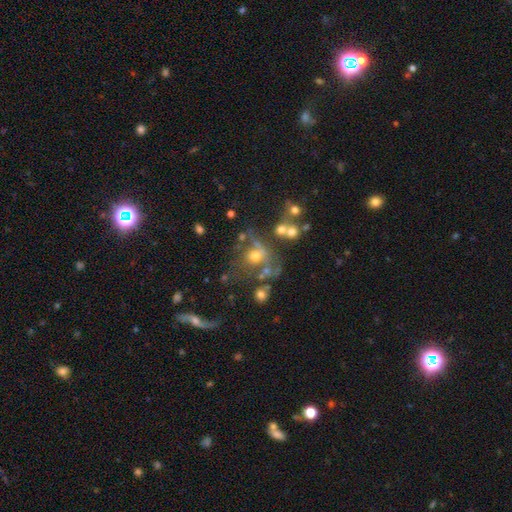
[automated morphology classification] Smooth or featured? Predicted: smooth (p=0.51). How rounded? Predicted: round (p=0.73). Merging? Predicted: none (p=0.41).